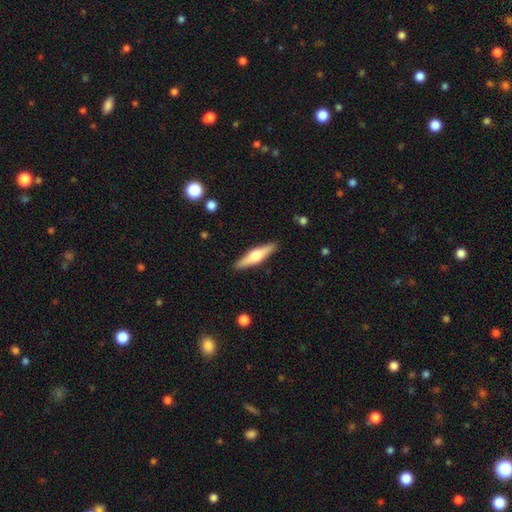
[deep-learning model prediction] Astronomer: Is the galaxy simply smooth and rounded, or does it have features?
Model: featured or disk — 55% (runner-up: smooth, 40%).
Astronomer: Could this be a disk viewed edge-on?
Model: yes — 95%.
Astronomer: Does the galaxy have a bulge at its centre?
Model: rounded — 92%.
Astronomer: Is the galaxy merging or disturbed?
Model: none — 90%.